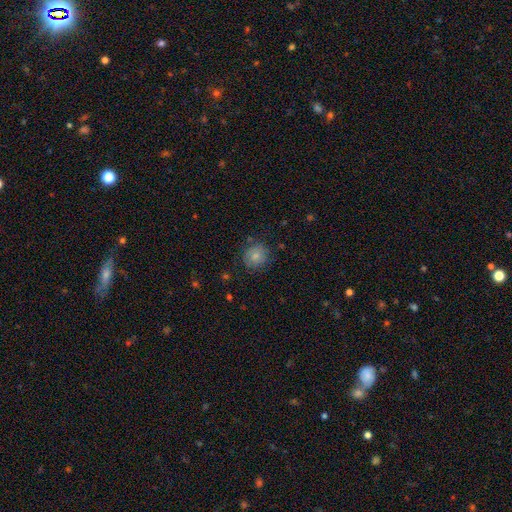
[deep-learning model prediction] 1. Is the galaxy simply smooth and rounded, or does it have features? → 74% smooth, 17% featured or disk, 9% star or artifact.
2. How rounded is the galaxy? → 83% round, 16% in between, 1% cigar-shaped.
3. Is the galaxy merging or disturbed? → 77% none, 17% minor disturbance, 5% major disturbance, 2% merger.